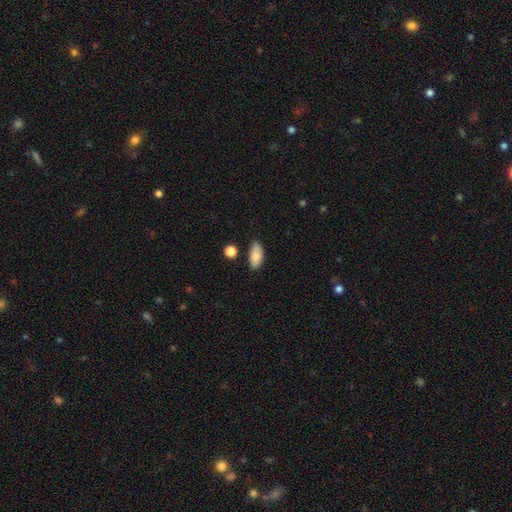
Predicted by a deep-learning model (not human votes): Overall: smooth (82%). How rounded: in between (91%). Merging: none (80%).